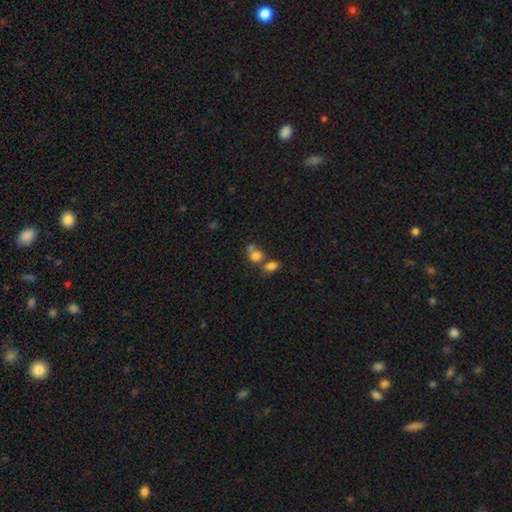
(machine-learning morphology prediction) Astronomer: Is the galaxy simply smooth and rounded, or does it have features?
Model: smooth — 75%.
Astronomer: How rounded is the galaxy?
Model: round — 58% (runner-up: in between, 41%).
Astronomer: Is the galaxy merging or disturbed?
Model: merger — 50% (runner-up: none, 36%).